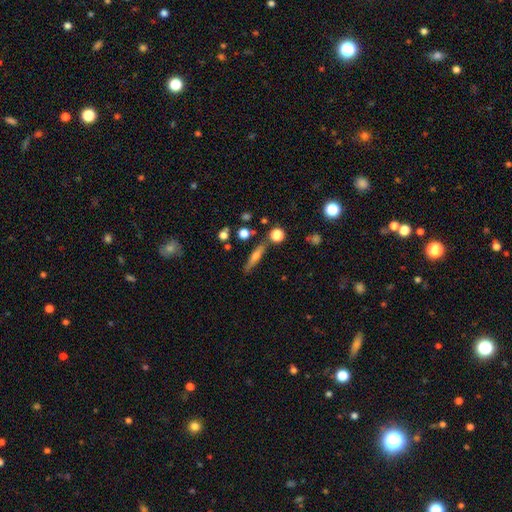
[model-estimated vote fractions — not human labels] smooth-or-featured: smooth: 53% | featured or disk: 38% | star or artifact: 9%
  how-rounded: cigar-shaped: 82% | in between: 14% | round: 4%
  merging: none: 79% | minor disturbance: 12% | merger: 6% | major disturbance: 3%